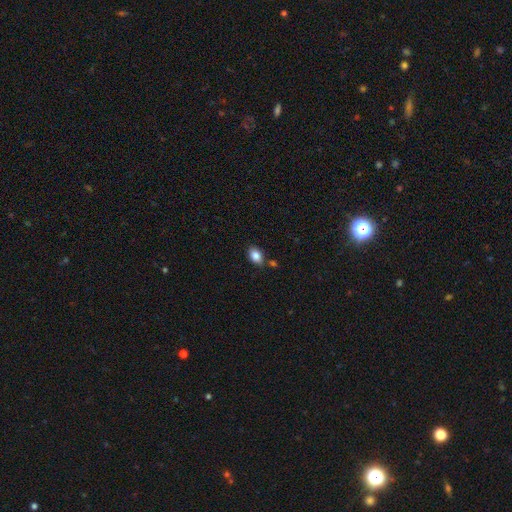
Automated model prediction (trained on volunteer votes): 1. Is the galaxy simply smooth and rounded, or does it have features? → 86% smooth, 8% star or artifact, 6% featured or disk.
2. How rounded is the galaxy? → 82% in between, 17% round, 1% cigar-shaped.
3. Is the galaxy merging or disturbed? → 78% none, 12% minor disturbance, 7% merger, 3% major disturbance.